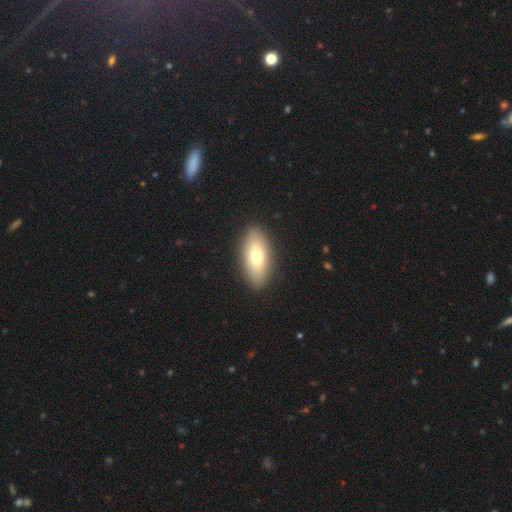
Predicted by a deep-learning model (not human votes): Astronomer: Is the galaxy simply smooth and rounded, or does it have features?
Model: smooth — 73%.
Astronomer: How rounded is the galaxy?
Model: in between — 86%.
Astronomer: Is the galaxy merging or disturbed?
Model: none — 90%.